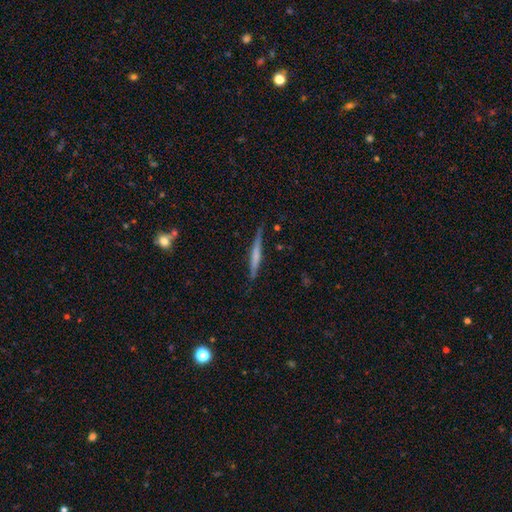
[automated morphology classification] This is possibly a featured or disk galaxy (49%). Merging: clearly none (83%).